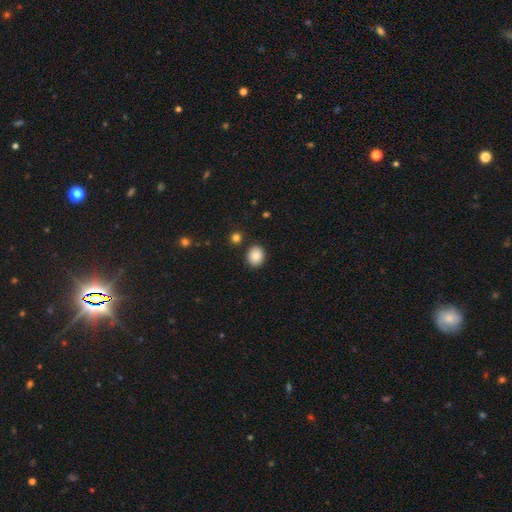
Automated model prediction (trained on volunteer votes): The model was most divided on "how rounded": round: 62%, in between: 38%, cigar-shaped: 1%. More confident: merging — none (87%); smooth or featured — smooth (87%).